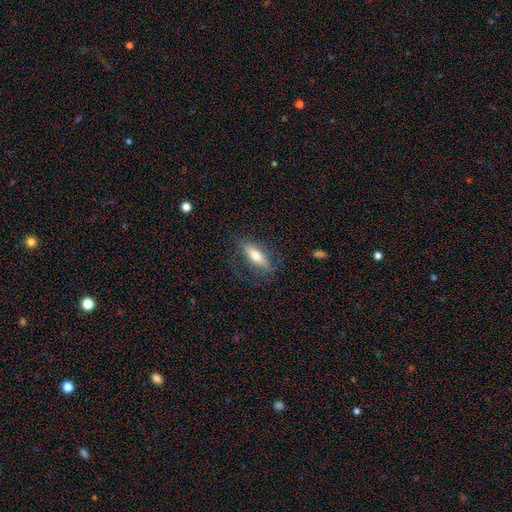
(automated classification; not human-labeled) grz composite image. It shows a smooth galaxy with no disk features (61%) that is in between round and cigar-shaped (52%). Merging: none (67%).